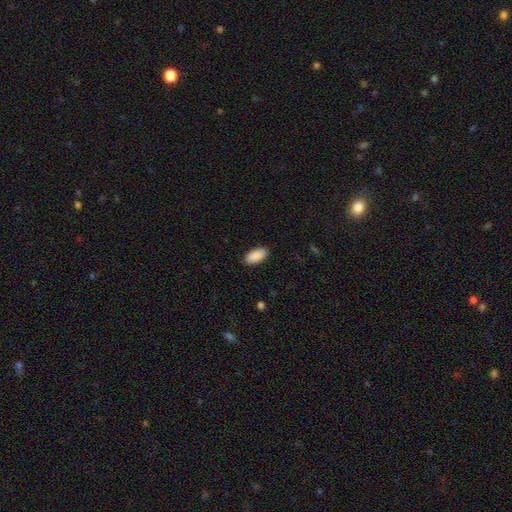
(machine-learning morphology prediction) A smooth galaxy with no disk features (91%) that is in between round and cigar-shaped (92%).

Vote fractions:
- Smooth or featured? smooth: 91% / star or artifact: 6% / featured or disk: 3%
- How rounded? in between: 92% / cigar-shaped: 6% / round: 2%
- Merging? none: 89% / minor disturbance: 8% / major disturbance: 2% / merger: 1%